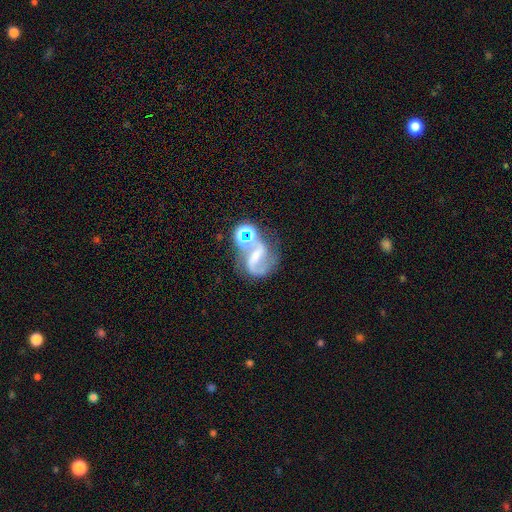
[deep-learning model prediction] Q: Smooth or featured?
A: featured or disk (70%); runner-up: star or artifact (17%)
Q: Edge-on disk?
A: no (97%); runner-up: yes (3%)
Q: Bar?
A: strong (43%); runner-up: weak (36%)
Q: Spiral arms?
A: yes (90%); runner-up: no (10%)
Q: Spiral winding?
A: medium (47%); runner-up: loose (40%)
Q: Spiral arm count?
A: 2 (80%); runner-up: 1 (11%)
Q: Bulge size?
A: small (40%); runner-up: moderate (28%)
Q: Merging?
A: none (44%); runner-up: merger (23%)